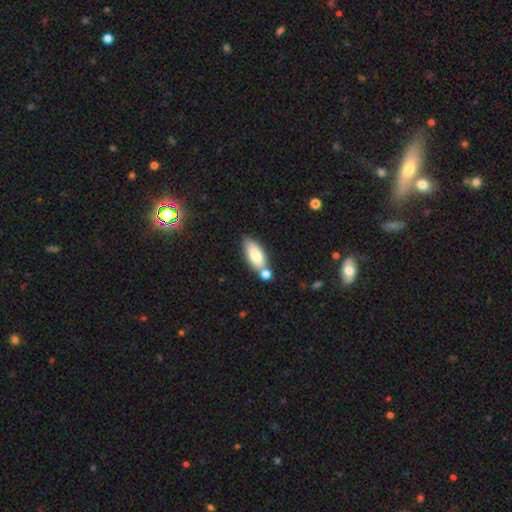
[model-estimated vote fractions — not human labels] Smooth or featured?
  - smooth: 78% *
  - featured or disk: 15%
  - star or artifact: 7%
How rounded?
  - in between: 82% *
  - cigar-shaped: 15%
  - round: 3%
Merging?
  - none: 56% *
  - merger: 25%
  - minor disturbance: 15%
  - major disturbance: 4%